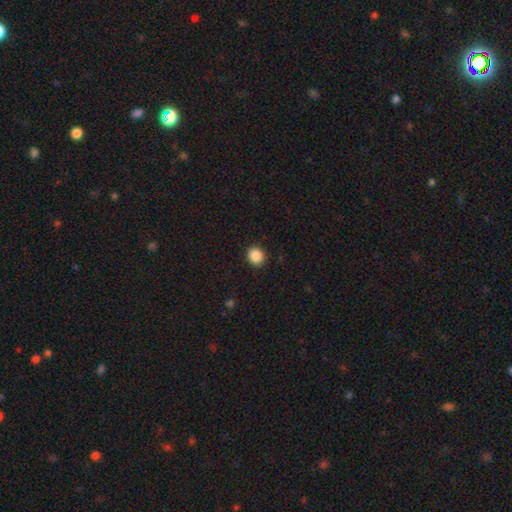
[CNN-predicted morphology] This is clearly a smooth galaxy (88%). How rounded: likely round (75%). Merging: clearly none (91%).